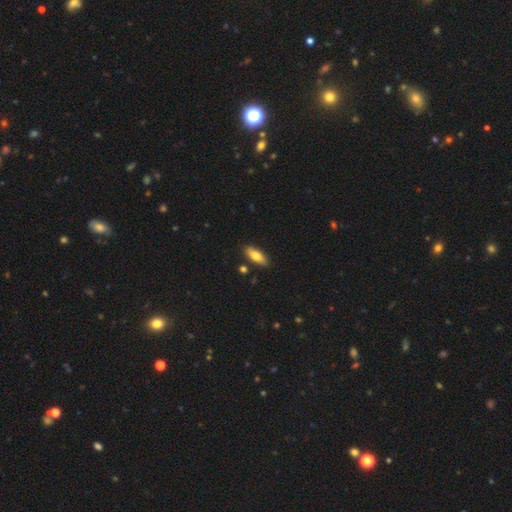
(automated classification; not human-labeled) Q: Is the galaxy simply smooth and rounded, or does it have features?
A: smooth — 74%.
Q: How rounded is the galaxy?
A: in between — 68%.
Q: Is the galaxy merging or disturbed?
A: none — 84%.